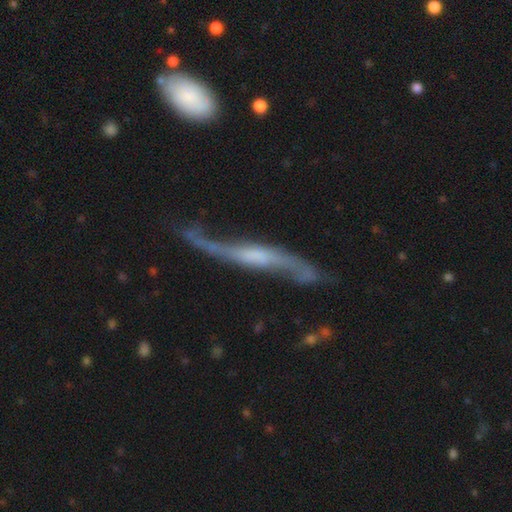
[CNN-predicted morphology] type=featured or disk (83%); edge-on=no (58%); merging=none (57%).